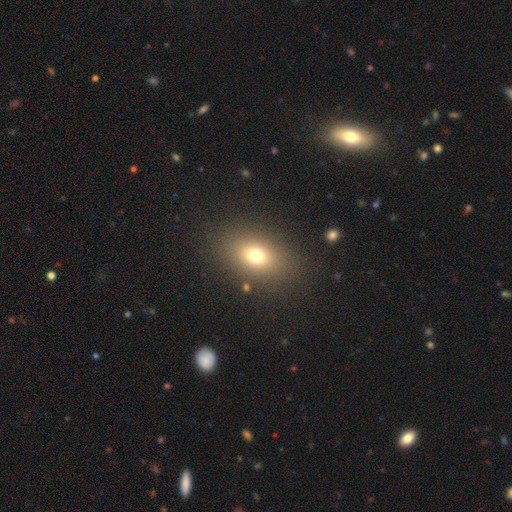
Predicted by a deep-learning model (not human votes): Smooth or featured? smooth (71%)
How rounded? in between (67%)
Merging? none (84%)